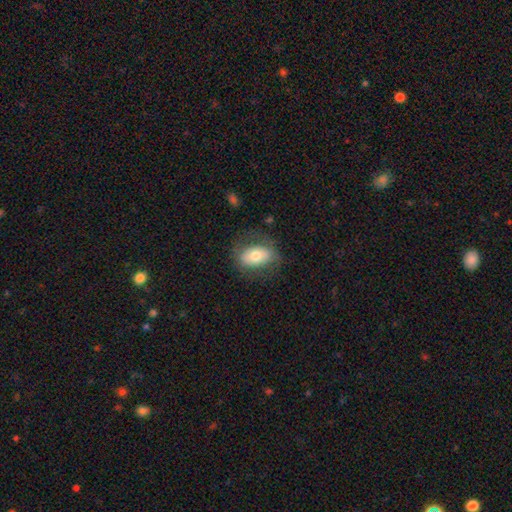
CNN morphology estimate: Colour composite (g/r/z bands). It shows a smooth galaxy with no disk features (66%) that is in between round and cigar-shaped (86%). Merging: none (71%).